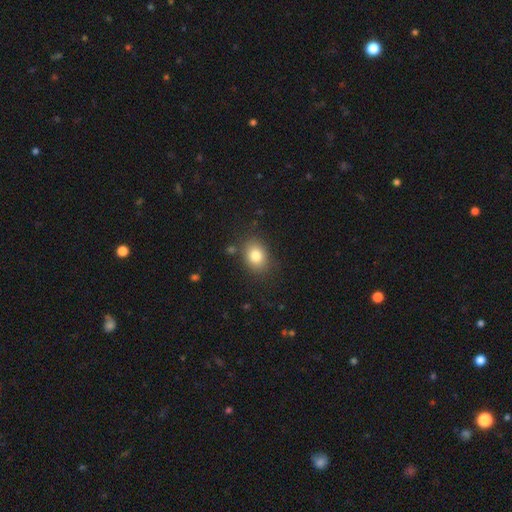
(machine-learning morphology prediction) smooth-or-featured: smooth: 82% | star or artifact: 9% | featured or disk: 9%
  how-rounded: in between: 64% | round: 35% | cigar-shaped: 1%
  merging: none: 82% | minor disturbance: 12% | major disturbance: 4% | merger: 3%